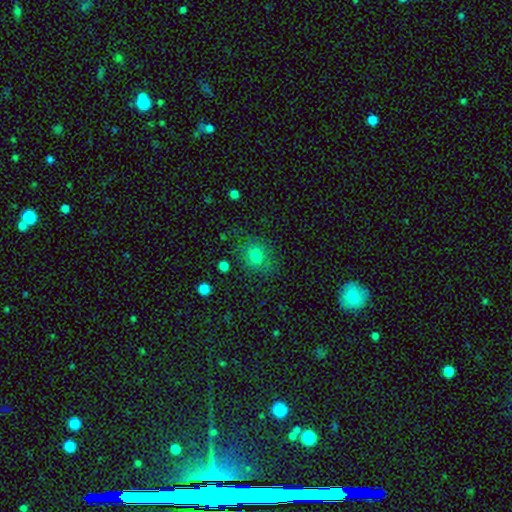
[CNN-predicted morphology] Smooth or featured: smooth — 79% (star or artifact — 13%)
How rounded: round — 73% (in between — 27%)
Merging: none — 78% (minor disturbance — 14%)